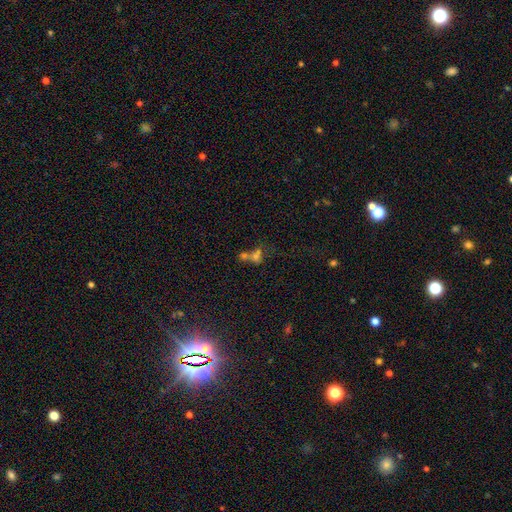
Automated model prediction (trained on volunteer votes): Overall: smooth (54%; star or artifact 24%). How rounded: round (58%; in between 38%). Merging: merger (62%; none 25%).